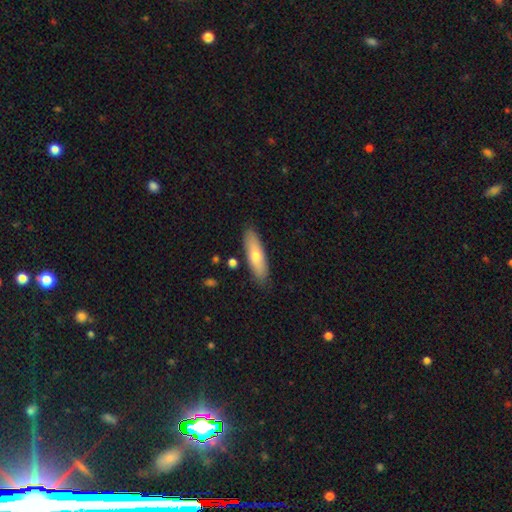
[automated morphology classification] smooth-or-featured: smooth: 66% | featured or disk: 28% | star or artifact: 6%
  how-rounded: cigar-shaped: 55% | in between: 43% | round: 2%
  merging: none: 85% | minor disturbance: 11% | major disturbance: 2% | merger: 2%